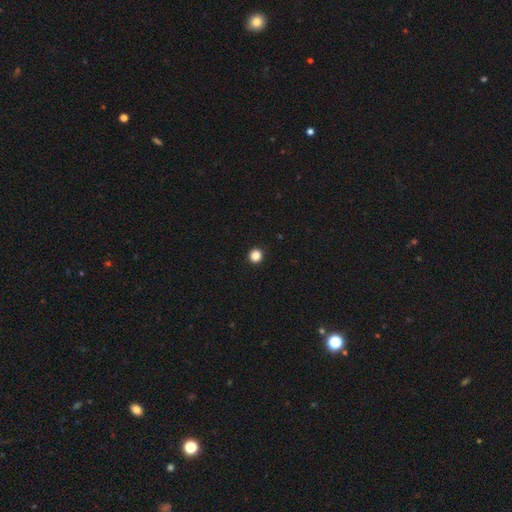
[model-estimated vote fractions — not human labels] This appears to be a smooth galaxy with no disk features (86%) that is round (93%). Merging: none (93%).